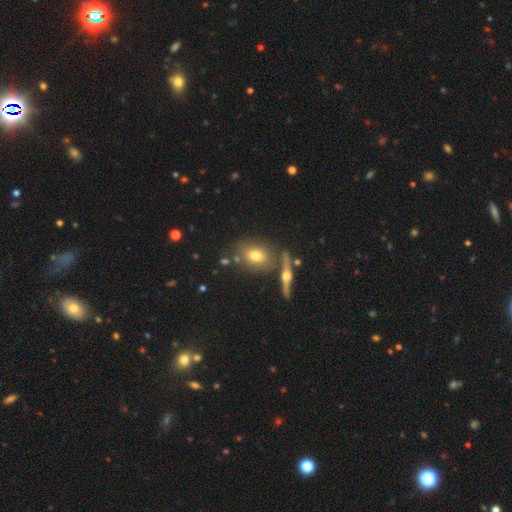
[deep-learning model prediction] Overall: smooth (63%; featured or disk 26%). How rounded: in between (61%; round 35%). Merging: none (70%).